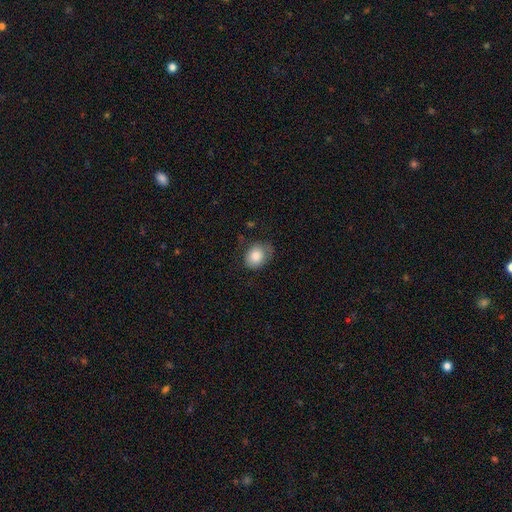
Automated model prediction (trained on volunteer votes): Q: Smooth or featured?
A: smooth (82%); runner-up: featured or disk (10%)
Q: How rounded?
A: in between (53%); runner-up: round (46%)
Q: Merging?
A: none (62%); runner-up: minor disturbance (28%)